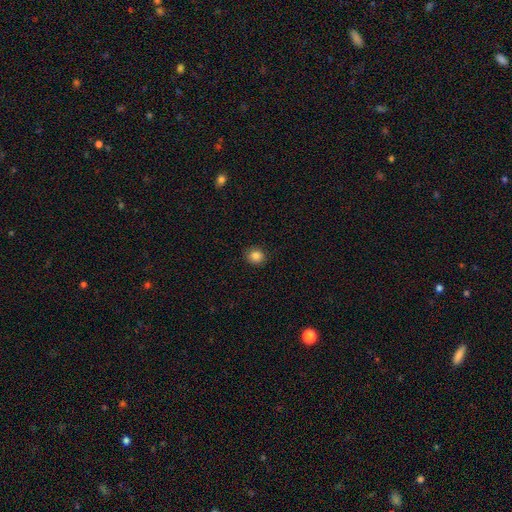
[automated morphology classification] type=smooth (85%); roundness=round (82%); merging=none (89%).